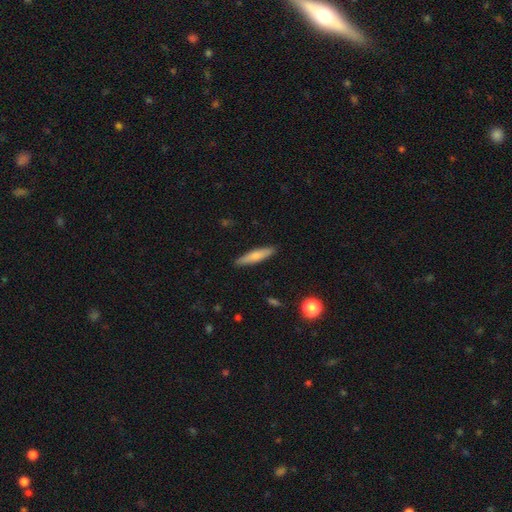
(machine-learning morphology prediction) Smooth or featured? Predicted: smooth (p=0.72). How rounded? Predicted: cigar-shaped (p=0.83). Merging? Predicted: none (p=0.89).